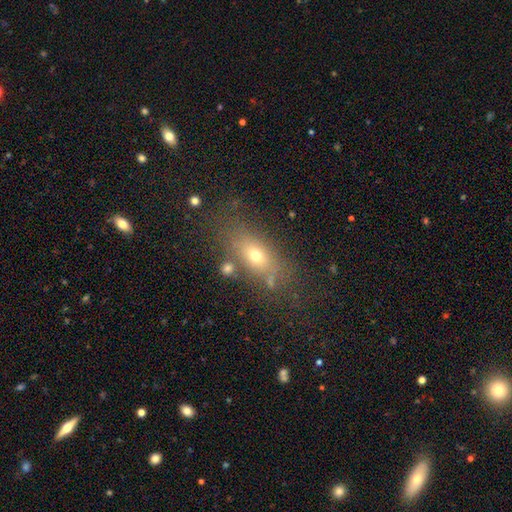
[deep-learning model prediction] This is likely a smooth galaxy (64%). How rounded: likely in between (71%). Merging: likely none (71%).